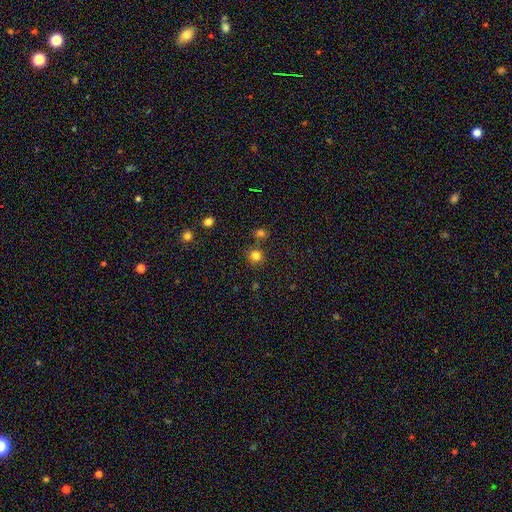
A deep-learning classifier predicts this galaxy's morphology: Smooth or featured? Predicted: smooth (p=0.80). How rounded? Predicted: round (p=0.92). Merging? Predicted: none (p=0.80).